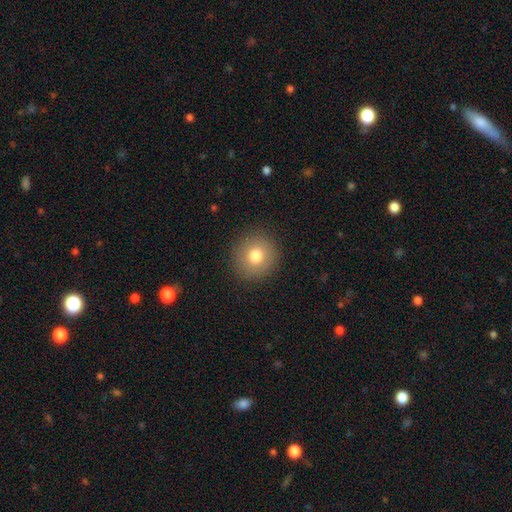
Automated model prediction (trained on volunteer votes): A smooth galaxy with no disk features (77%) that is round (93%). Merging: none (90%).